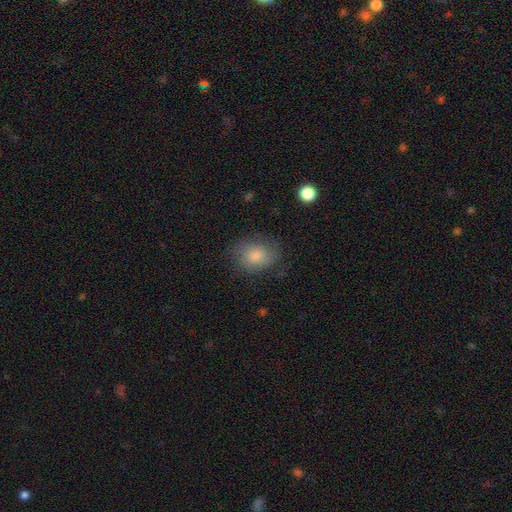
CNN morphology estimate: Smooth or featured?
  - smooth: 72% *
  - featured or disk: 17%
  - star or artifact: 11%
How rounded?
  - in between: 56% *
  - round: 43%
  - cigar-shaped: 1%
Merging?
  - none: 74% *
  - minor disturbance: 18%
  - major disturbance: 6%
  - merger: 1%